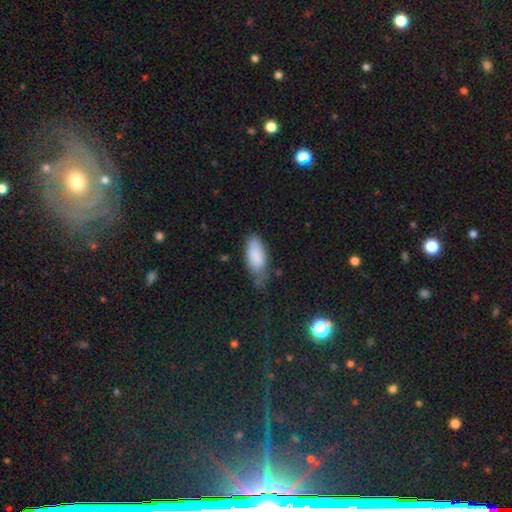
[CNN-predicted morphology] Smooth or featured: smooth — 84% (featured or disk — 10%)
How rounded: in between — 83% (cigar-shaped — 15%)
Merging: none — 41% (tied with minor disturbance — 41%)